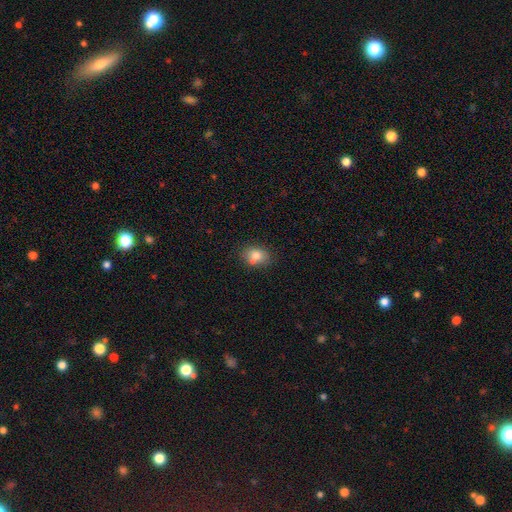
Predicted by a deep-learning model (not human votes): Q: Smooth or featured?
A: smooth (81%); runner-up: featured or disk (10%)
Q: How rounded?
A: in between (57%); runner-up: round (42%)
Q: Merging?
A: none (68%); runner-up: minor disturbance (17%)